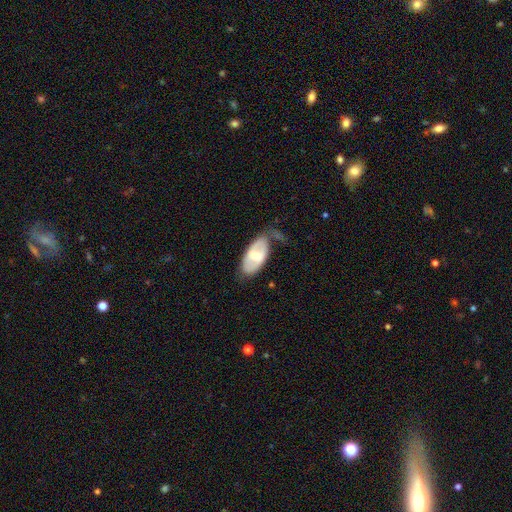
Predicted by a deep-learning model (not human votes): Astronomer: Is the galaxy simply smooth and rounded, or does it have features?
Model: smooth — 53% (runner-up: featured or disk, 42%).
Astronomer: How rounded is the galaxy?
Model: in between — 93%.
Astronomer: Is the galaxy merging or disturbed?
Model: none — 50% (runner-up: minor disturbance, 29%).